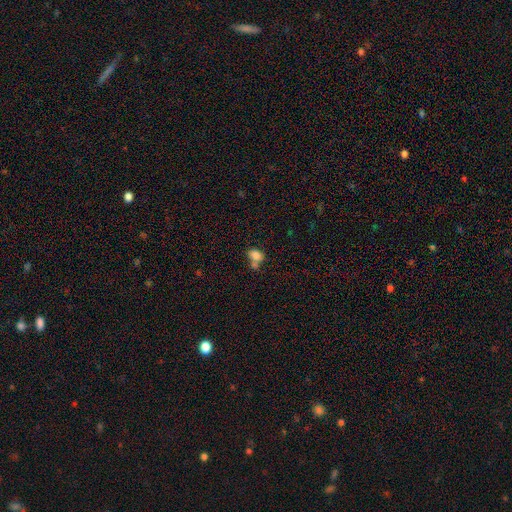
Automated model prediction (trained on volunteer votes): A smooth galaxy with no disk features (78%) that is in between round and cigar-shaped (64%). Merging: merger (44%).